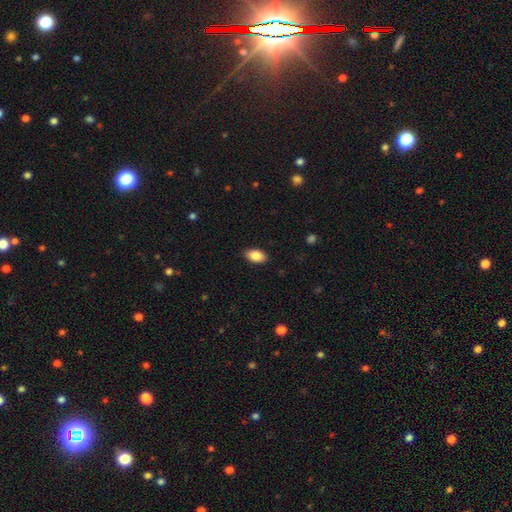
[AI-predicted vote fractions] smooth 87%, star or artifact 7%, featured or disk 6%. Down the decision tree: how rounded — in between (92%); merging — none (88%).